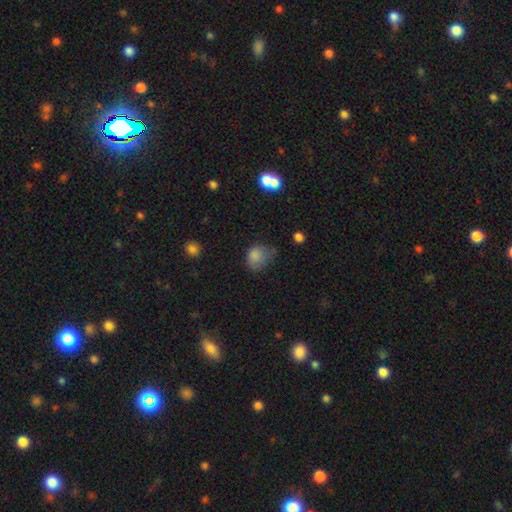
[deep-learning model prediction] Overall: smooth (80%). How rounded: in between (50%; round 49%). Merging: none (42%; minor disturbance 37%).